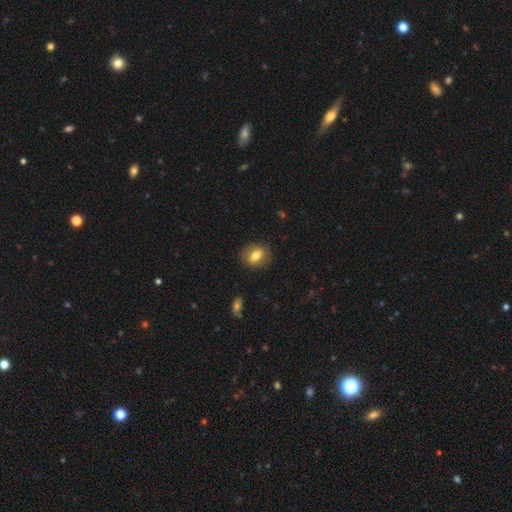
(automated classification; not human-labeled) This is likely a smooth galaxy (67%). How rounded: possibly in between (58%). Merging: clearly none (80%).